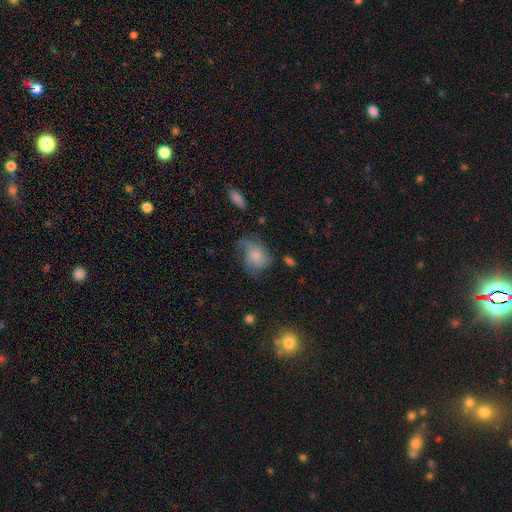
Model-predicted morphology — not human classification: This is possibly a smooth galaxy (57%). How rounded: possibly in between (59%). Merging: marginally none (37%).